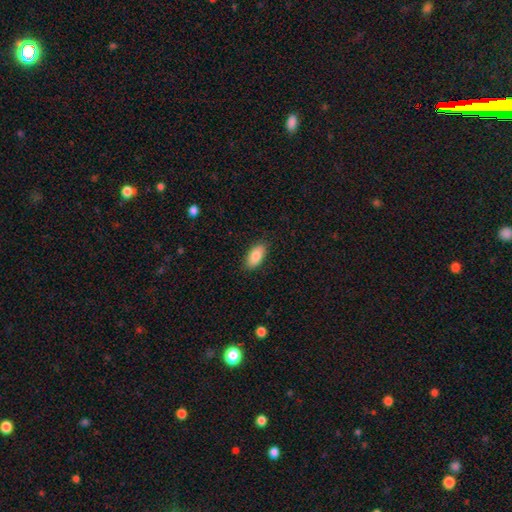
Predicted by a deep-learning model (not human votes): A smooth galaxy with no disk features (86%) that is in between round and cigar-shaped (91%). Merging: none (87%).